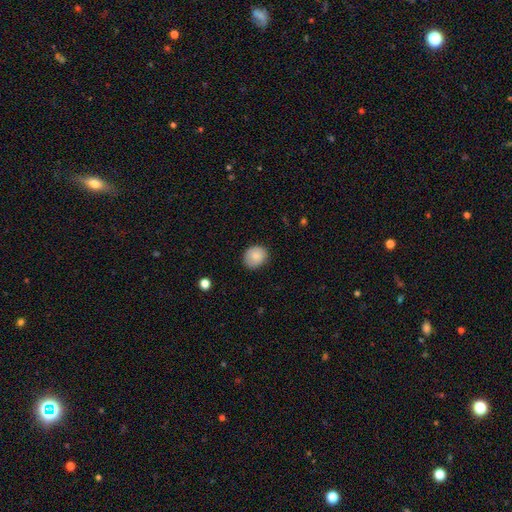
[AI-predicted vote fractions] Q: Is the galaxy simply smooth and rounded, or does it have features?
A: smooth — 84%.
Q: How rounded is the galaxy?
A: round — 69%.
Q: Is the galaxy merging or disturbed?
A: none — 82%.